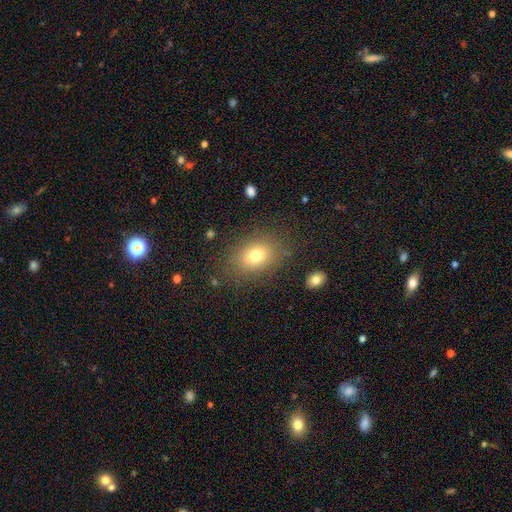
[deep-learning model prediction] smooth_or_featured: smooth (p=0.74) [alt: featured or disk p=0.13]
how_rounded: in between (p=0.67) [alt: round p=0.32]
merging: none (p=0.80) [alt: minor disturbance p=0.12]